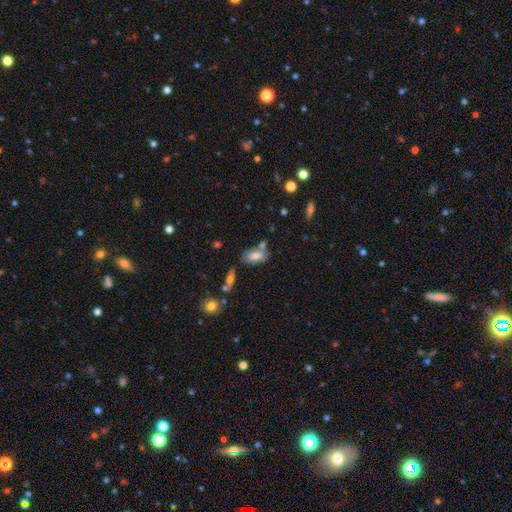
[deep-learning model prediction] Smooth or featured?
  - smooth: 72% *
  - featured or disk: 19%
  - star or artifact: 9%
How rounded?
  - in between: 89% *
  - cigar-shaped: 7%
  - round: 4%
Merging?
  - none: 50% *
  - merger: 22%
  - minor disturbance: 21%
  - major disturbance: 7%